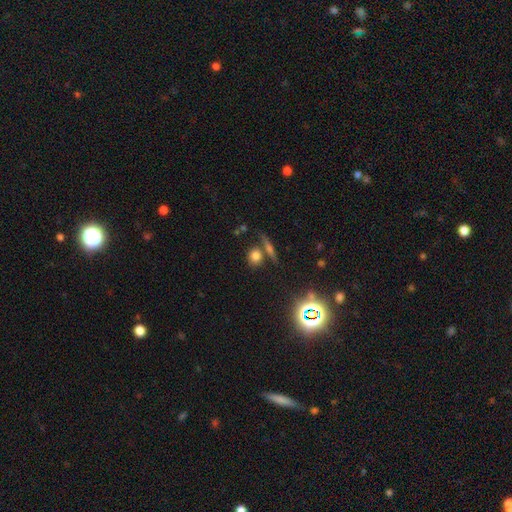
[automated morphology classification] A smooth galaxy with no disk features (72%) that is round (65%).

Vote fractions:
- Smooth or featured? smooth: 72% / star or artifact: 16% / featured or disk: 12%
- How rounded? round: 65% / in between: 29% / cigar-shaped: 6%
- Merging? none: 66% / merger: 19% / minor disturbance: 11% / major disturbance: 4%